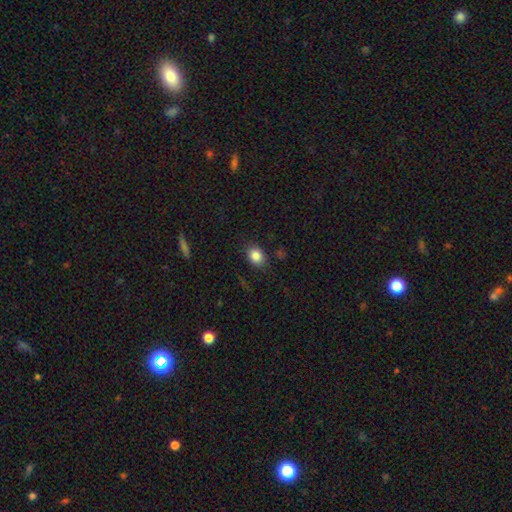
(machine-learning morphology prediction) Smooth or featured? Predicted: smooth (p=0.84). How rounded? Predicted: in between (p=0.57). Merging? Predicted: none (p=0.83).